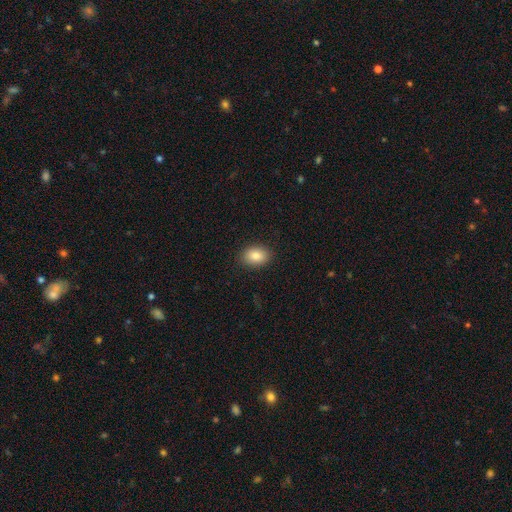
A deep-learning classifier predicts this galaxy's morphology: Smooth or featured: smooth — 85% (star or artifact — 8%)
How rounded: in between — 77% (round — 22%)
Merging: none — 89% (minor disturbance — 8%)